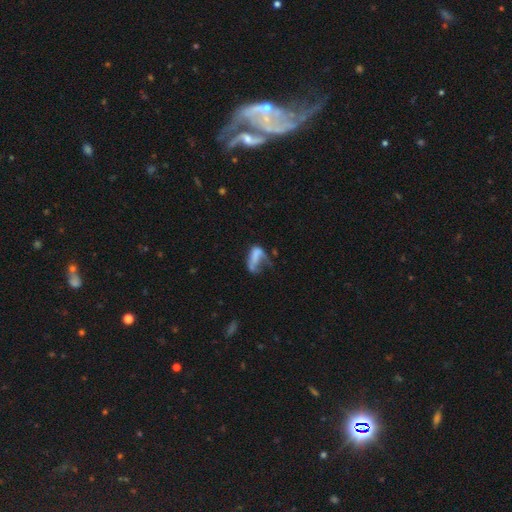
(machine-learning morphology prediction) Smooth or featured: smooth — 54% (featured or disk — 33%)
How rounded: in between — 75% (cigar-shaped — 20%)
Merging: major disturbance — 50% (none — 20%)